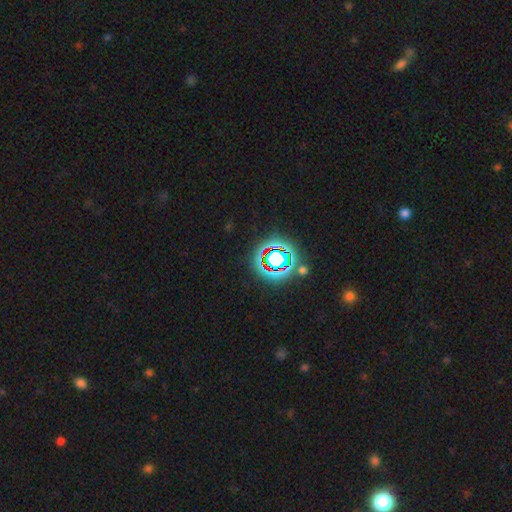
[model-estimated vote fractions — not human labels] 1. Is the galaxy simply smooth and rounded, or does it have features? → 77% star or artifact, 15% smooth, 9% featured or disk.